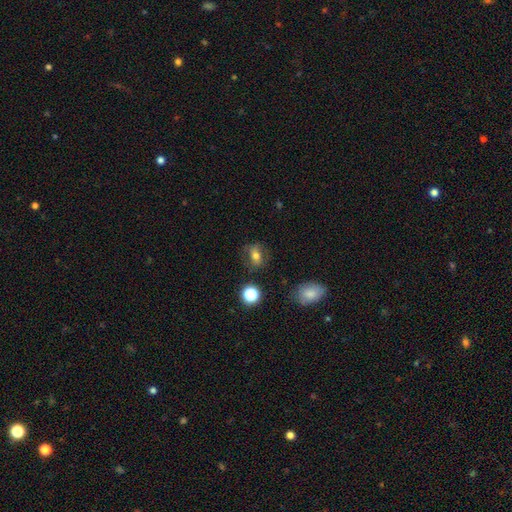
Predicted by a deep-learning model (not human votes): Q: Smooth or featured?
A: smooth (62%); runner-up: featured or disk (23%)
Q: How rounded?
A: in between (61%); runner-up: round (35%)
Q: Merging?
A: none (74%); runner-up: minor disturbance (16%)